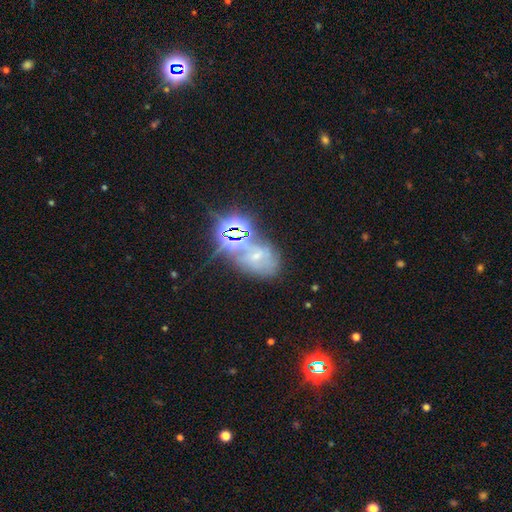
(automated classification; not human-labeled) A star or artifact, not a galaxy (46%).